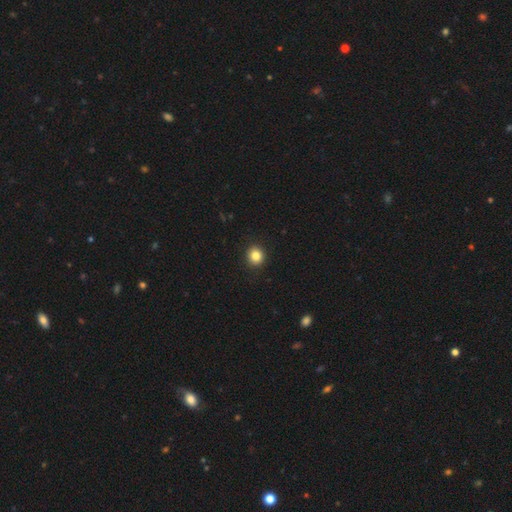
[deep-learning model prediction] Smooth or featured? smooth (84%)
How rounded? round (88%)
Merging? none (92%)